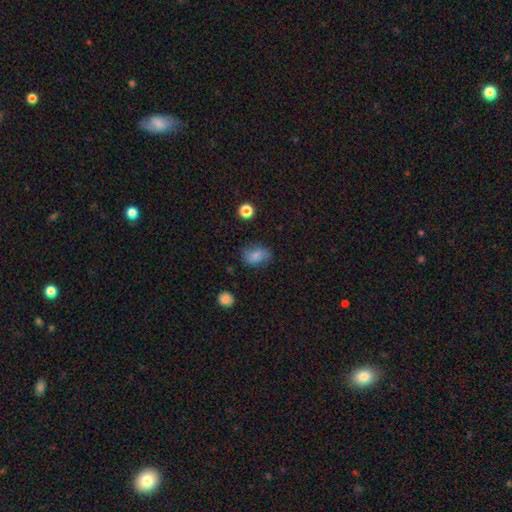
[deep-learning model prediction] Morphology: type=smooth (76%); roundness=in between (82%); merging=none (69%).